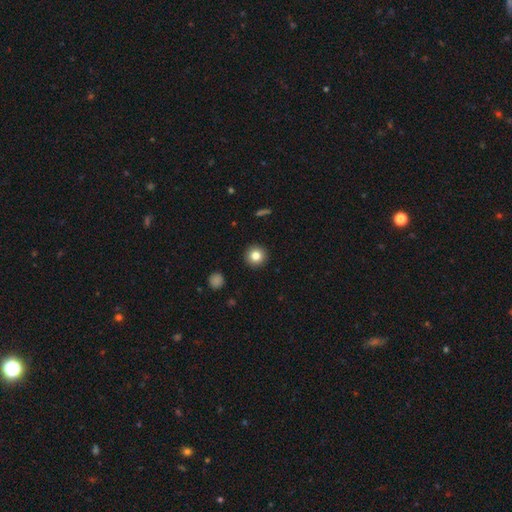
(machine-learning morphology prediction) The model was most divided on "smooth or featured": smooth: 82%, star or artifact: 10%, featured or disk: 8%. More confident: how rounded — round (95%); merging — none (93%).